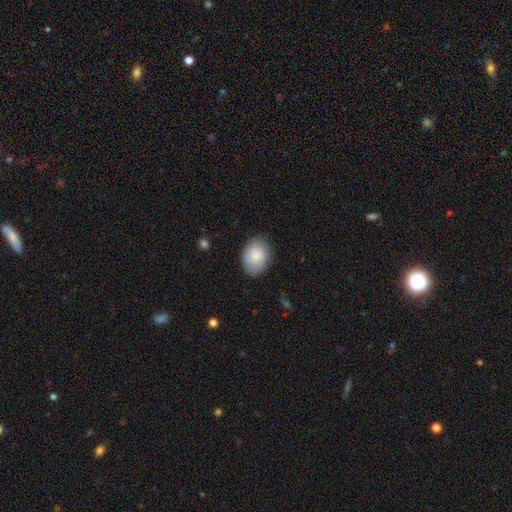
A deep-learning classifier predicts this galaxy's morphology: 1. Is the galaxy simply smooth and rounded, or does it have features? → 83% smooth, 11% featured or disk, 6% star or artifact.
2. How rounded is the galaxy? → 69% in between, 30% round, 1% cigar-shaped.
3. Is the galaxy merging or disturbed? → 81% none, 15% minor disturbance, 3% major disturbance, 1% merger.